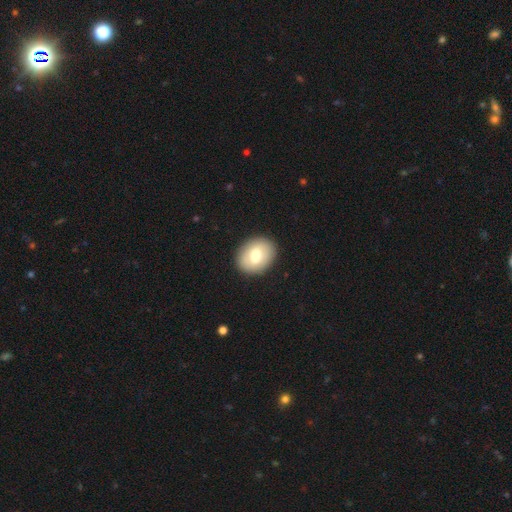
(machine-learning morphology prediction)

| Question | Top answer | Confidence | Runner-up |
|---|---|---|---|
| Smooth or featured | smooth | 69% | featured or disk (24%) |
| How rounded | in between | 60% | round (39%) |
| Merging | none | 89% | minor disturbance (8%) |